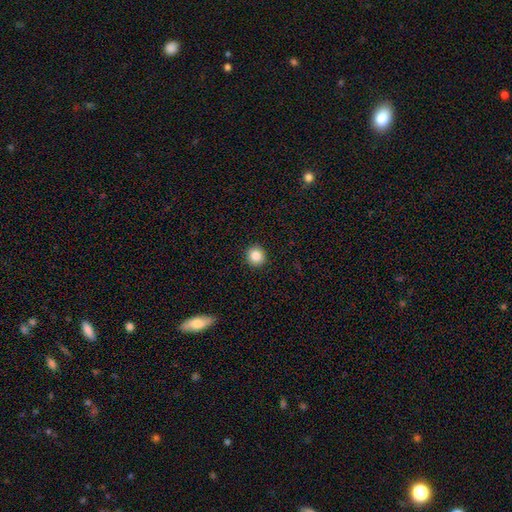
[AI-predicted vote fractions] The model was most divided on "smooth or featured": smooth: 86%, star or artifact: 10%, featured or disk: 5%. More confident: merging — none (93%); how rounded — round (92%).